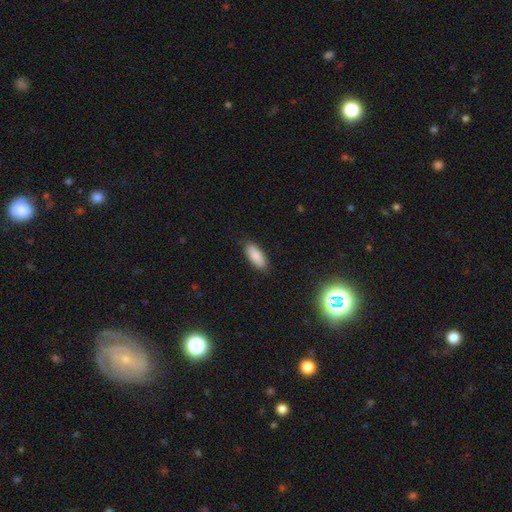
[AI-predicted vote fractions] The model was most divided on "how rounded": in between: 81%, cigar-shaped: 17%, round: 2%. More confident: smooth or featured — smooth (88%); merging — none (85%).